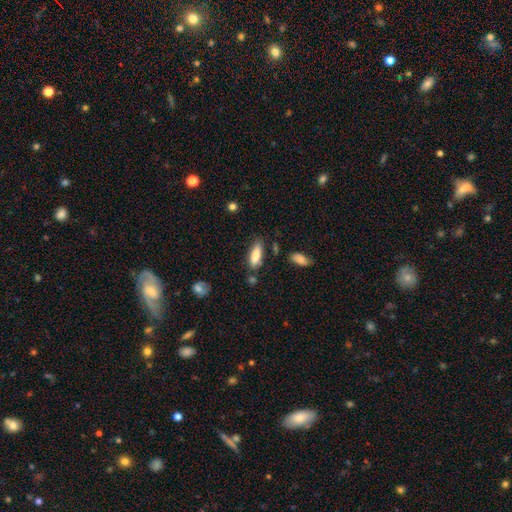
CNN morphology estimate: Smooth or featured? smooth (82%)
How rounded? in between (58%)
Merging? none (70%)